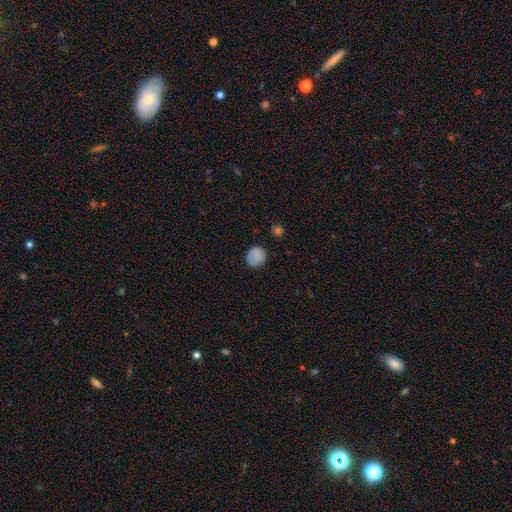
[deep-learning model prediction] Smooth or featured? Predicted: smooth (p=0.84). How rounded? Predicted: round (p=0.82). Merging? Predicted: none (p=0.84).